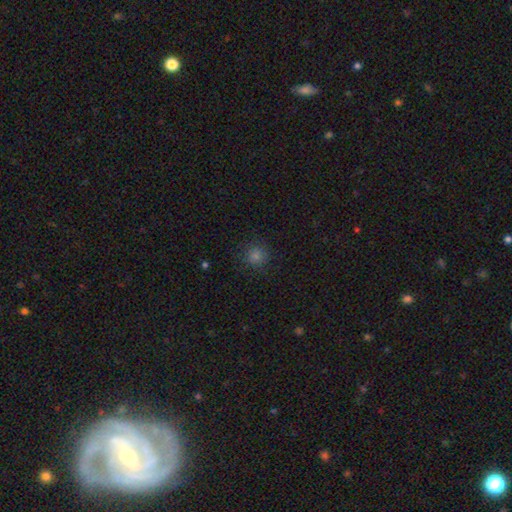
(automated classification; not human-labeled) smooth_or_featured: smooth (p=0.76) [alt: star or artifact p=0.19]
how_rounded: round (p=0.94) [alt: in between p=0.05]
merging: none (p=0.89) [alt: minor disturbance p=0.07]